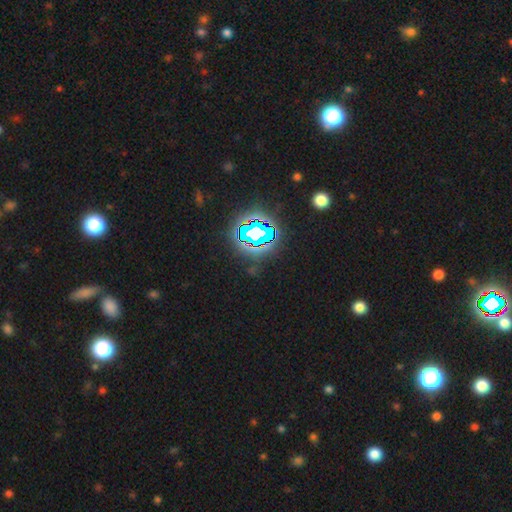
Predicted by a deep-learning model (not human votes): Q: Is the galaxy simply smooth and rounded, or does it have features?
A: star or artifact — 80%.